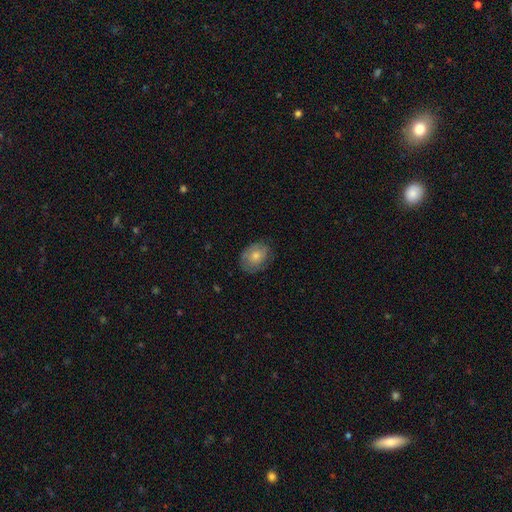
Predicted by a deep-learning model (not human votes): This appears to be a smooth galaxy with no disk features (63%) that is in between round and cigar-shaped (63%). Merging: none (73%).